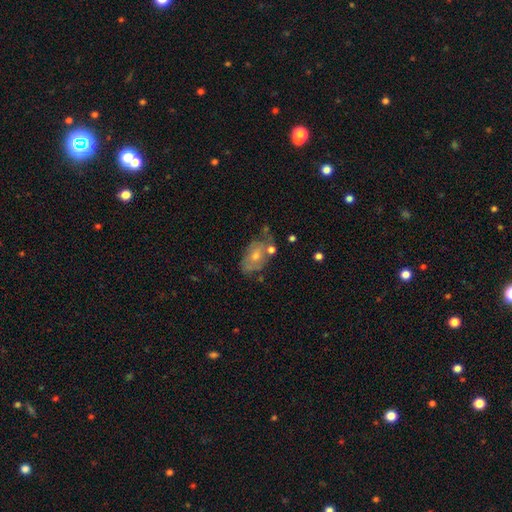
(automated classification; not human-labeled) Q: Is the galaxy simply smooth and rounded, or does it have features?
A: featured or disk — 56%.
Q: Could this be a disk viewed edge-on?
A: no — 93%.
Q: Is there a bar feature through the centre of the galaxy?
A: no — 78%.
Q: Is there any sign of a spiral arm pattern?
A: yes — 59%.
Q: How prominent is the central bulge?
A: moderate — 52%.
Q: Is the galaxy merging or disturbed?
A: none — 50%.